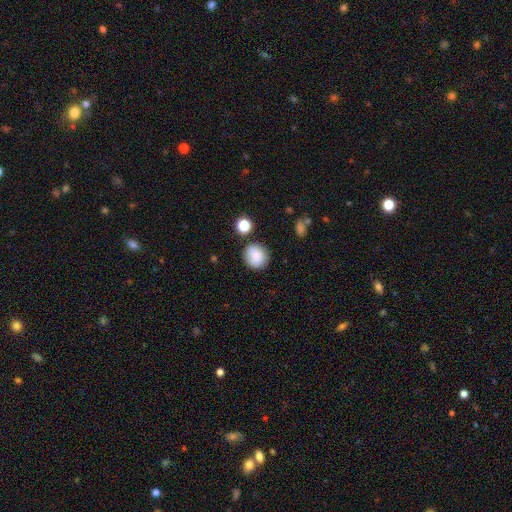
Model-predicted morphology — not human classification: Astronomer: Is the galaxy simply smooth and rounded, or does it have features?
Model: smooth — 84%.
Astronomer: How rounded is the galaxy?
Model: round — 82%.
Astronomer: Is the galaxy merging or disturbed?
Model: none — 79%.